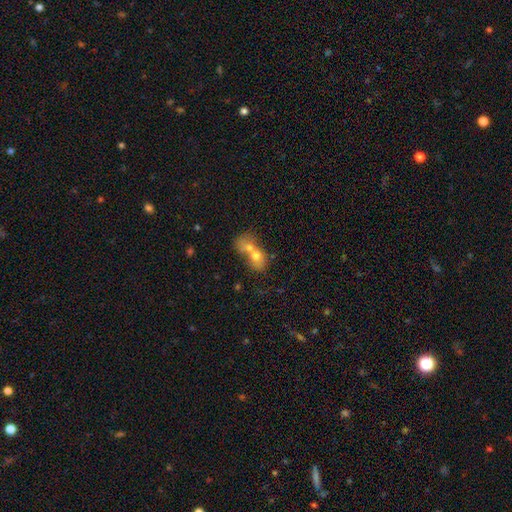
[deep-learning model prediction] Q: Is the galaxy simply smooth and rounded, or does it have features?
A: smooth — 65%.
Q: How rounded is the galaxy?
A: in between — 51%.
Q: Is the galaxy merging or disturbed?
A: merger — 78%.